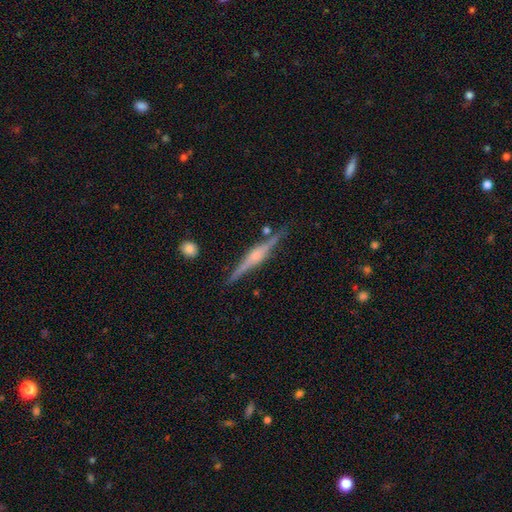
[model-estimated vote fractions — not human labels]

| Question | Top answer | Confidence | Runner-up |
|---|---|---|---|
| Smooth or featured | featured or disk | 81% | smooth (13%) |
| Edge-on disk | yes | 98% | no (2%) |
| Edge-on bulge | rounded | 71% | boxy (21%) |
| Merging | none | 86% | minor disturbance (9%) |